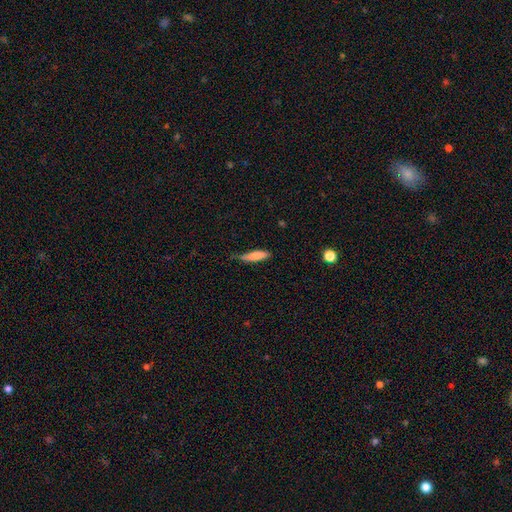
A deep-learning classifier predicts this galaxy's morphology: Smooth or featured: smooth — 77% (featured or disk — 17%)
How rounded: cigar-shaped — 68% (in between — 30%)
Merging: none — 52% (minor disturbance — 37%)